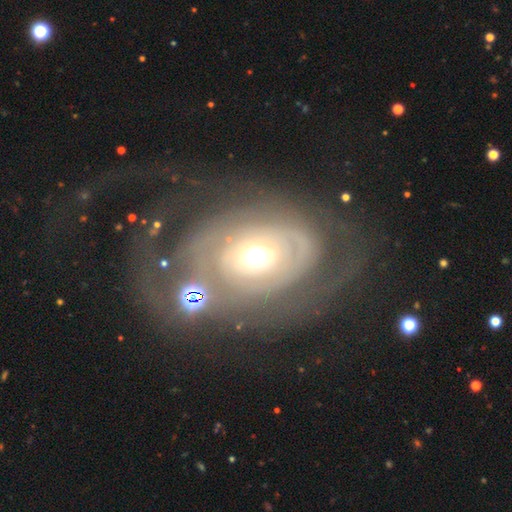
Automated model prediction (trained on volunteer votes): smooth_or_featured: featured or disk (p=0.74) [alt: smooth p=0.18]
disk_edge_on: no (p=0.95) [alt: yes p=0.05]
bar: no (p=0.85) [alt: weak p=0.11]
has_spiral_arms: yes (p=0.64) [alt: no p=0.36]
bulge_size: moderate (p=0.62) [alt: small p=0.19]
merging: none (p=0.45) [alt: major disturbance p=0.30]